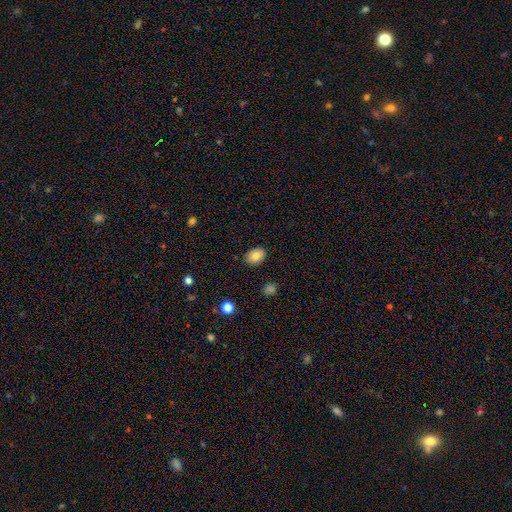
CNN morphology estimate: The model was most divided on "how rounded": in between: 73%, round: 26%, cigar-shaped: 1%. More confident: merging — none (85%); smooth or featured — smooth (80%).